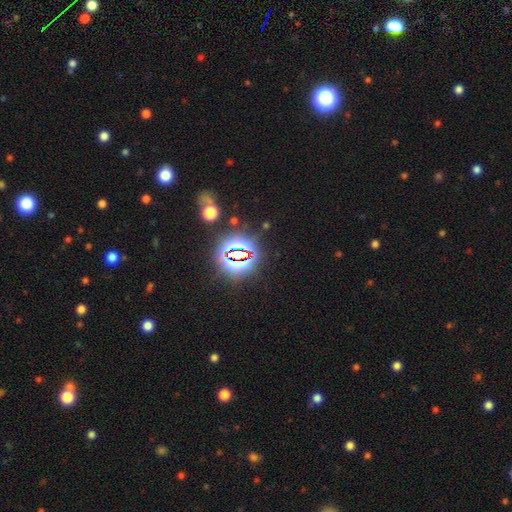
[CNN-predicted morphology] A star or artifact, not a galaxy (82%).